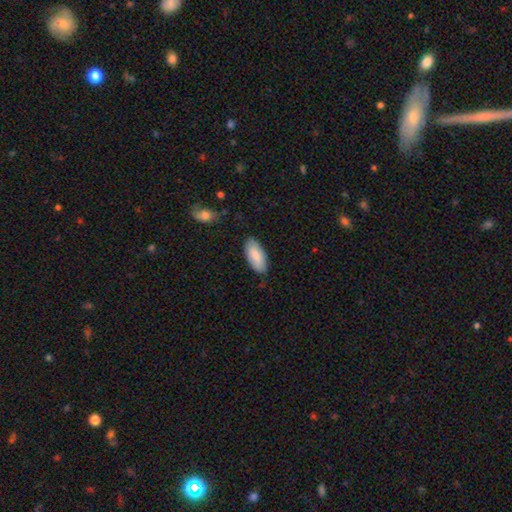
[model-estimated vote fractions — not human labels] smooth-or-featured: smooth: 85% | featured or disk: 9% | star or artifact: 5%
  how-rounded: in between: 90% | cigar-shaped: 9% | round: 2%
  merging: none: 84% | minor disturbance: 13% | major disturbance: 2% | merger: 1%